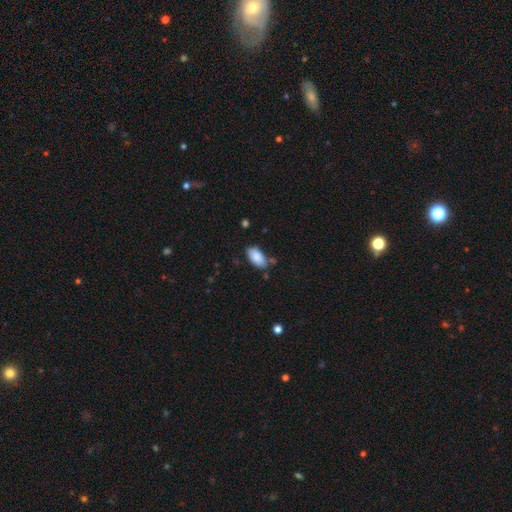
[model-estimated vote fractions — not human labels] Morphology: type=smooth (88%); roundness=in between (94%); merging=none (74%).